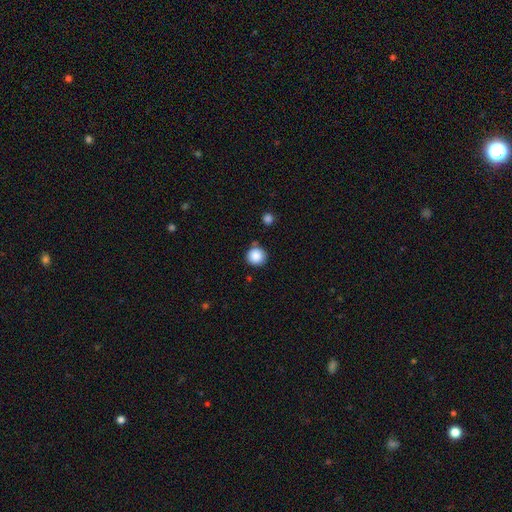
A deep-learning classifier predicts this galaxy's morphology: smooth-or-featured: smooth: 88% | star or artifact: 9% | featured or disk: 3%
  how-rounded: round: 94% | in between: 5% | cigar-shaped: 1%
  merging: none: 82% | minor disturbance: 11% | merger: 5% | major disturbance: 3%